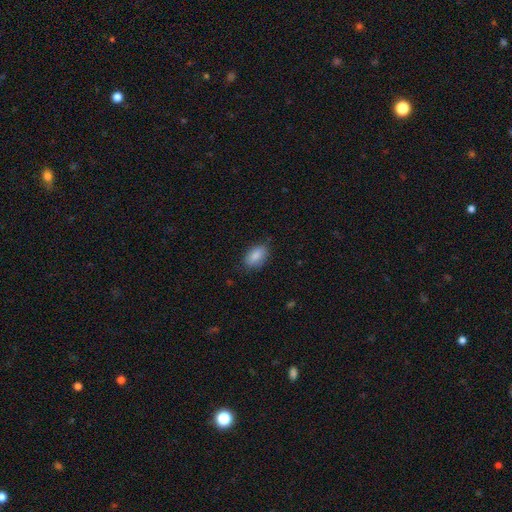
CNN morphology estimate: Smooth or featured: smooth — 86% (star or artifact — 7%)
How rounded: in between — 91% (round — 6%)
Merging: none — 78% (minor disturbance — 17%)